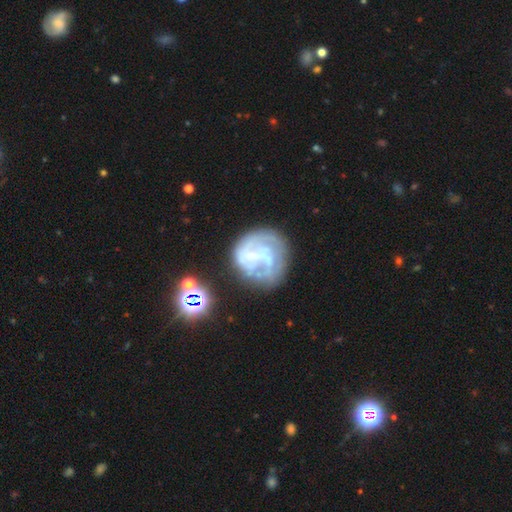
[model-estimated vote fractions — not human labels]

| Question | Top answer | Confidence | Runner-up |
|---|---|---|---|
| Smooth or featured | featured or disk | 69% | smooth (20%) |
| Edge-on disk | no | 98% | yes (2%) |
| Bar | no | 55% | weak (33%) |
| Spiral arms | yes | 68% | no (32%) |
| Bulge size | none | 54% | small (31%) |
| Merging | none | 57% | minor disturbance (19%) |